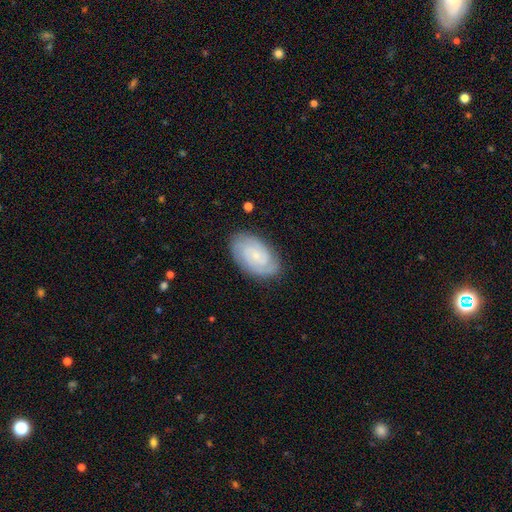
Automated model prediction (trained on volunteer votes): featured or disk 78%, smooth 16%, star or artifact 6%. Down the decision tree: edge-on disk — no (97%); bar — no (64%); spiral arms — yes (96%); spiral arm count — 2 (50%); spiral winding — tight (70%); bulge size — small (73%); merging — none (83%).